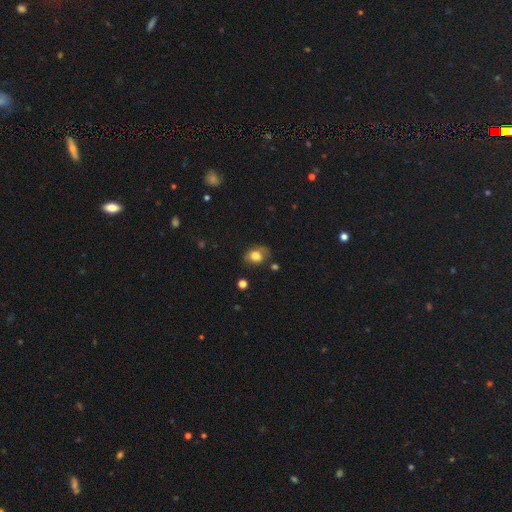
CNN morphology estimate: smooth_or_featured: smooth (p=0.71) [alt: featured or disk p=0.19]
how_rounded: in between (p=0.60) [alt: round p=0.39]
merging: none (p=0.58) [alt: minor disturbance p=0.27]